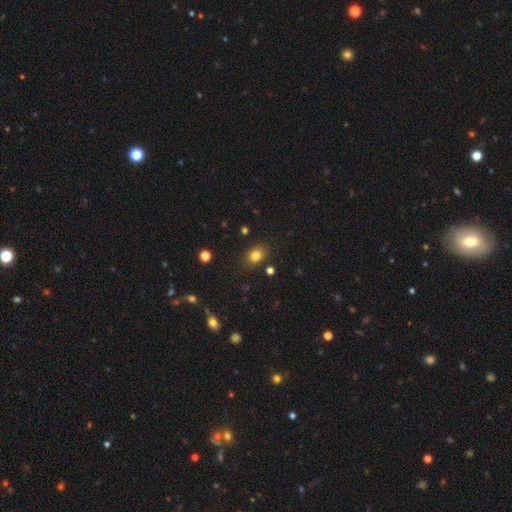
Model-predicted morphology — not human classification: The model was most divided on "how rounded": in between: 53%, round: 46%, cigar-shaped: 1%. More confident: merging — none (83%); smooth or featured — smooth (79%).